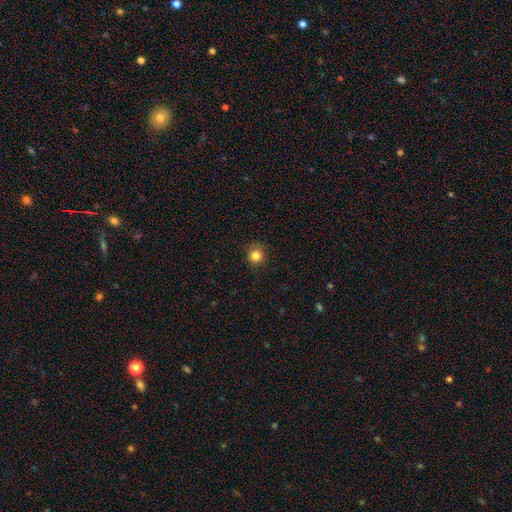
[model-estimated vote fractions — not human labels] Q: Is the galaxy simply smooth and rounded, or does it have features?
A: smooth — 84%.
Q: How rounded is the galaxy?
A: round — 92%.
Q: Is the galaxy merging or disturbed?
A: none — 88%.